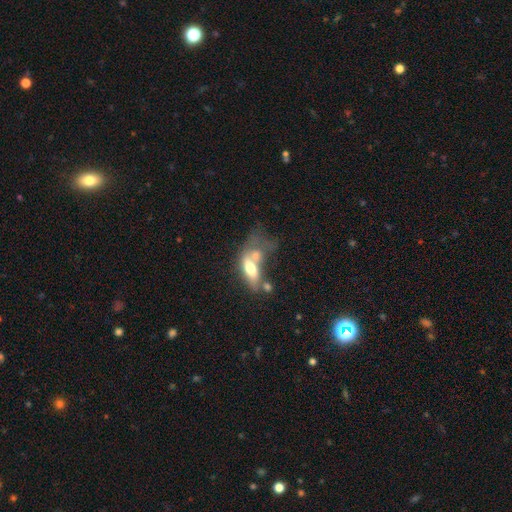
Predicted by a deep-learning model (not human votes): This appears to be a smooth galaxy with no disk features (55%) that is in between round and cigar-shaped (74%). Merging: merger (54%).